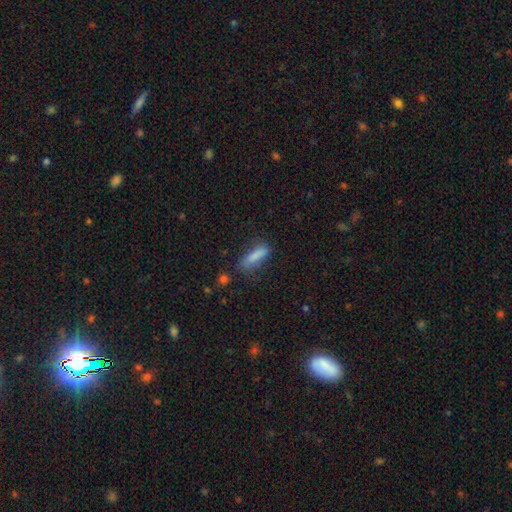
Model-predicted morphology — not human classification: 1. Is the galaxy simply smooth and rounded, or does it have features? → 81% smooth, 11% featured or disk, 8% star or artifact.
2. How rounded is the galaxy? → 69% cigar-shaped, 28% in between, 2% round.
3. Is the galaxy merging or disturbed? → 66% none, 23% minor disturbance, 8% major disturbance, 3% merger.